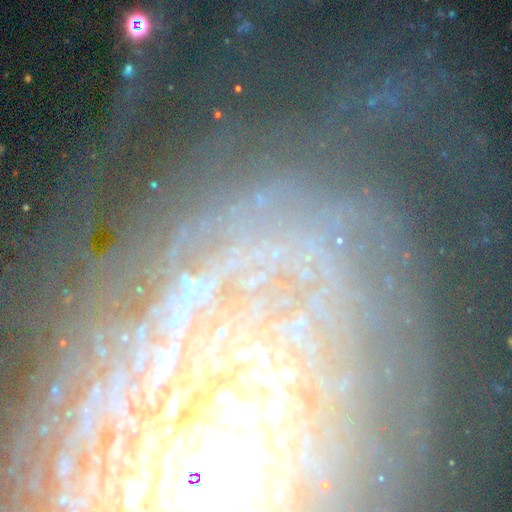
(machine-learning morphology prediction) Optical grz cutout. It shows a featured or disk galaxy (59%) with no bar (73%), spiral arms (75%) and a small central bulge (35%). Merging: none (66%).